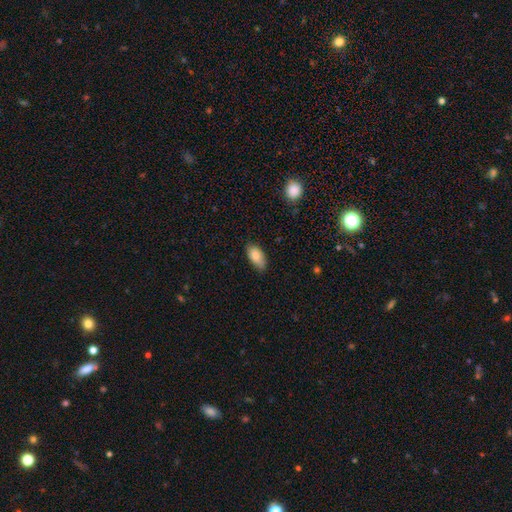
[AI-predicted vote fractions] smooth_or_featured: smooth (p=0.83) [alt: featured or disk p=0.10]
how_rounded: in between (p=0.93) [alt: cigar-shaped p=0.04]
merging: none (p=0.68) [alt: minor disturbance p=0.27]